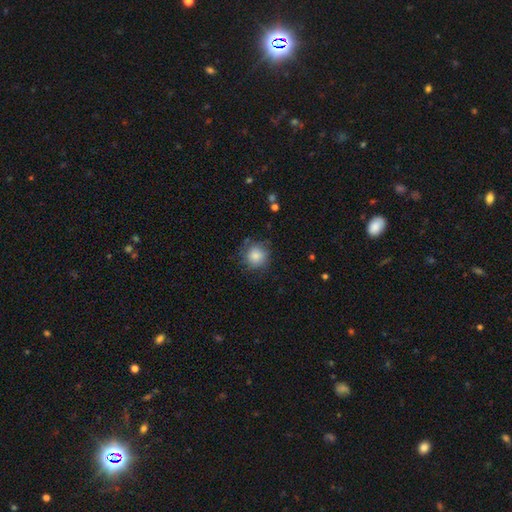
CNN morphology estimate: Smooth or featured? Predicted: smooth (p=0.81). How rounded? Predicted: round (p=0.90). Merging? Predicted: none (p=0.73).